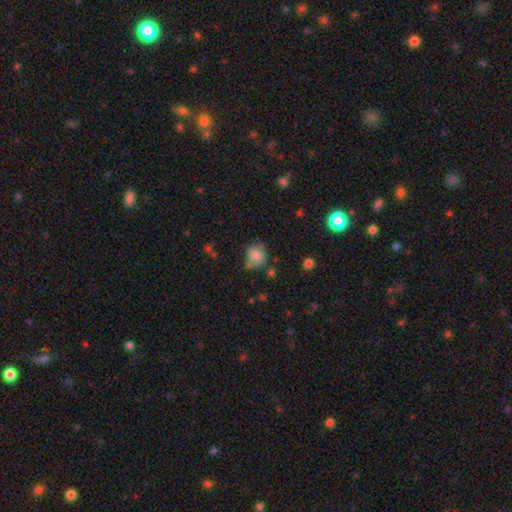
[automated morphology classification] Smooth or featured?
  - smooth: 82% *
  - star or artifact: 10%
  - featured or disk: 8%
How rounded?
  - round: 80% *
  - in between: 19%
  - cigar-shaped: 1%
Merging?
  - none: 62% *
  - minor disturbance: 22%
  - merger: 10%
  - major disturbance: 6%